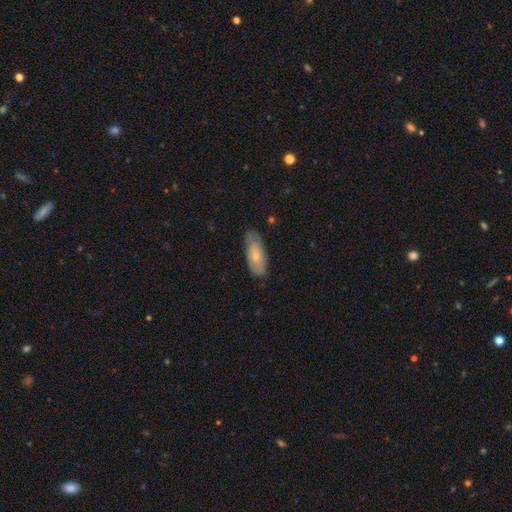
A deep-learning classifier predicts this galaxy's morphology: Smooth or featured: smooth — 62% (featured or disk — 32%)
How rounded: in between — 80% (cigar-shaped — 17%)
Merging: none — 65% (minor disturbance — 28%)